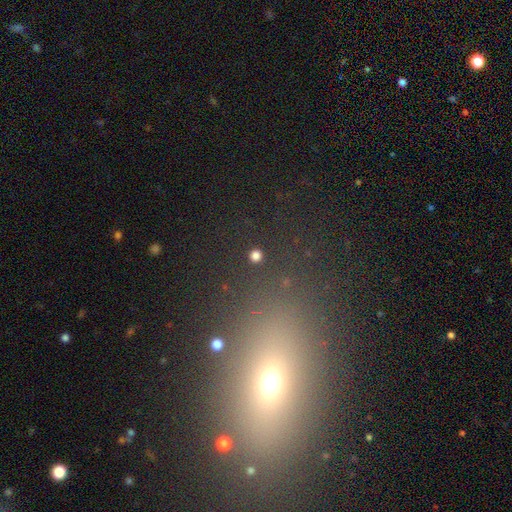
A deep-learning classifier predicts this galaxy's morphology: Q: Smooth or featured?
A: smooth (79%); runner-up: star or artifact (17%)
Q: How rounded?
A: round (92%); runner-up: in between (7%)
Q: Merging?
A: none (91%); runner-up: minor disturbance (5%)